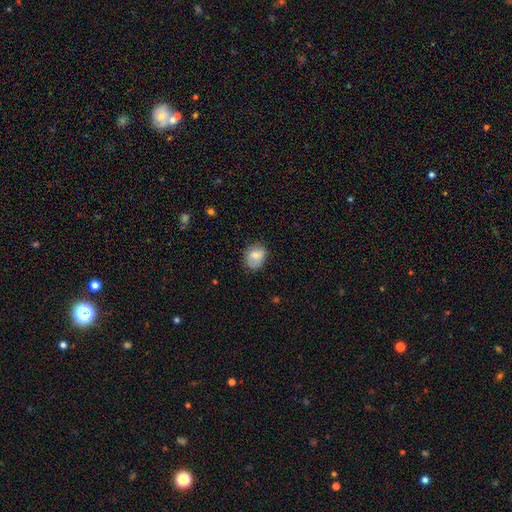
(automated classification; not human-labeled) Smooth or featured?
  - smooth: 74% *
  - featured or disk: 18%
  - star or artifact: 8%
How rounded?
  - in between: 53% *
  - round: 46%
  - cigar-shaped: 1%
Merging?
  - none: 71% *
  - minor disturbance: 22%
  - major disturbance: 5%
  - merger: 1%